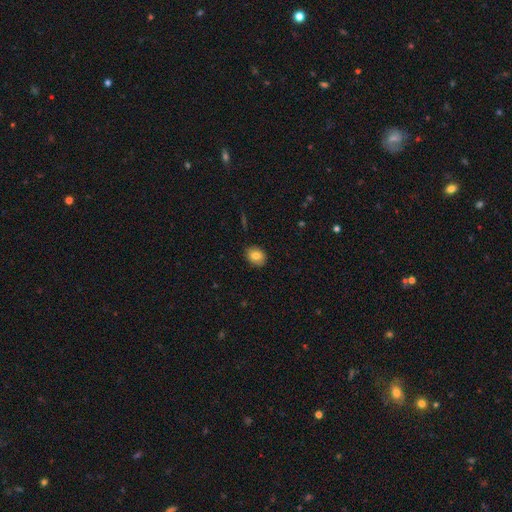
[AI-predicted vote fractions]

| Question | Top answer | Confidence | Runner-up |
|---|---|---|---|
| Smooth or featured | smooth | 82% | featured or disk (10%) |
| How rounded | in between | 56% | round (43%) |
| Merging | none | 87% | minor disturbance (10%) |